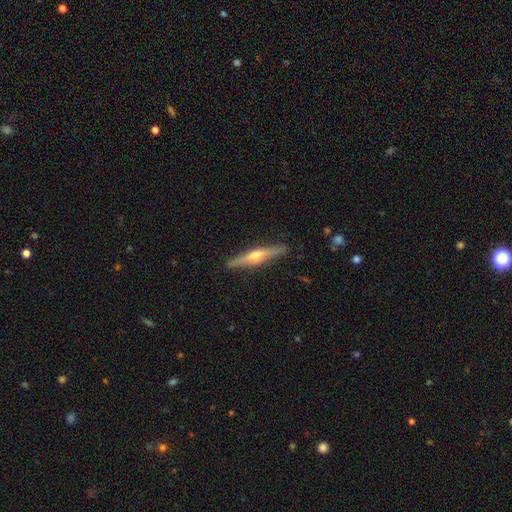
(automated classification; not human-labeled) Smooth or featured? featured or disk (71%)
Edge-on disk? yes (97%)
Edge-on bulge? rounded (91%)
Merging? none (90%)